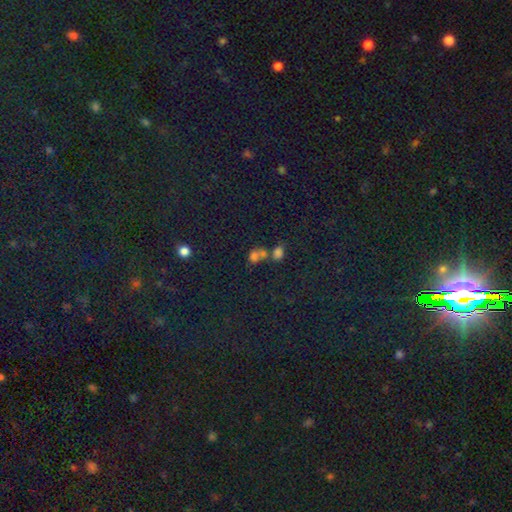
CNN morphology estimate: Smooth or featured: smooth — 58% (star or artifact — 28%)
How rounded: round — 57% (in between — 41%)
Merging: merger — 55% (none — 31%)